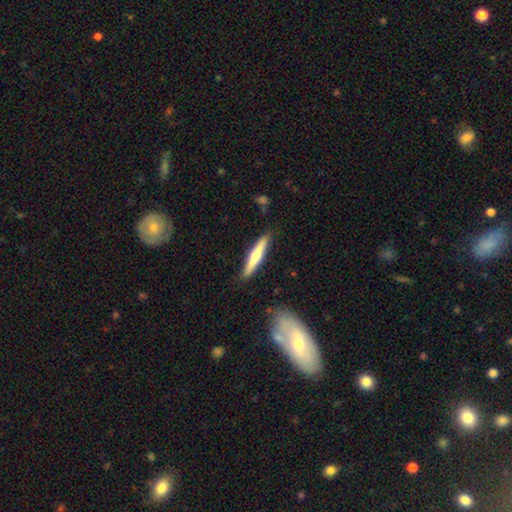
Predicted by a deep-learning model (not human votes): Smooth or featured? smooth (54%)
How rounded? cigar-shaped (91%)
Merging? none (88%)